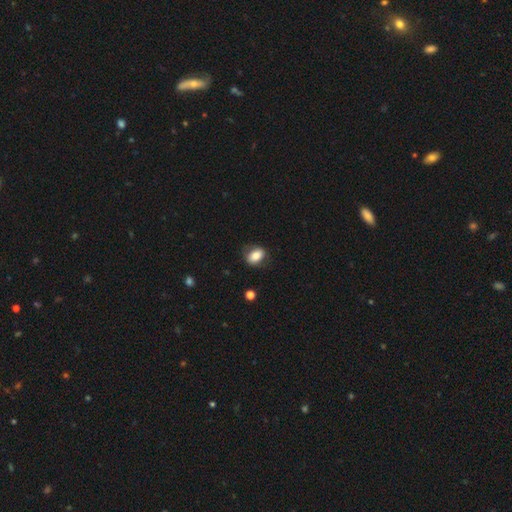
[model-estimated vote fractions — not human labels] Smooth or featured?
  - smooth: 77% *
  - featured or disk: 15%
  - star or artifact: 8%
How rounded?
  - in between: 76% *
  - round: 23%
  - cigar-shaped: 2%
Merging?
  - none: 76% *
  - minor disturbance: 17%
  - major disturbance: 6%
  - merger: 1%